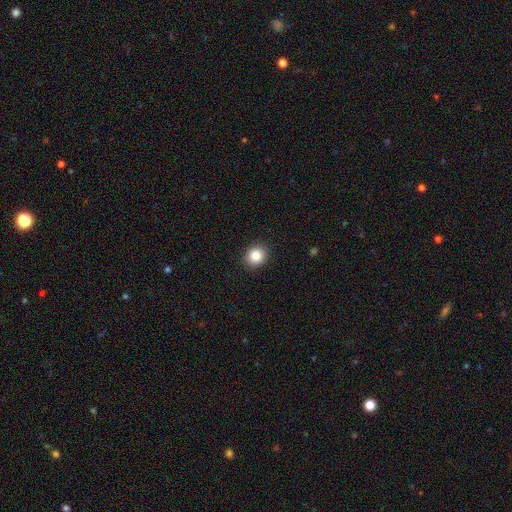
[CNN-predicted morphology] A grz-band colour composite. It shows a smooth galaxy with no disk features (85%) that is round (71%). Merging: none (91%).